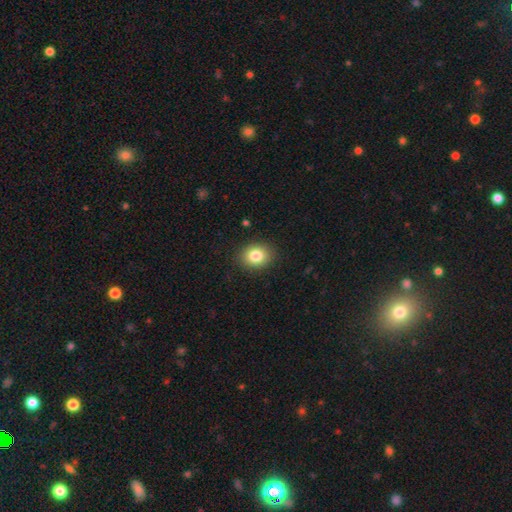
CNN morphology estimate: type=smooth (83%); roundness=round (57%); merging=none (89%).